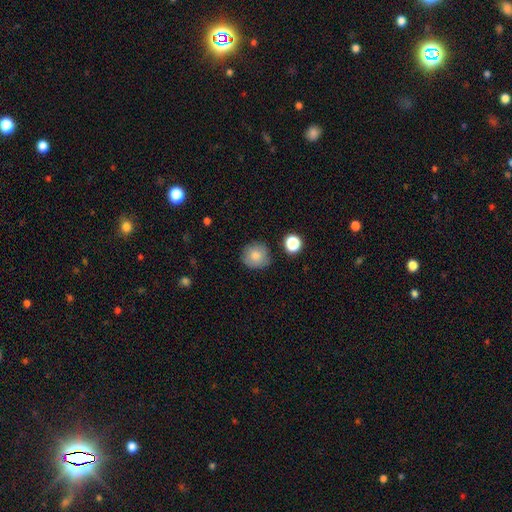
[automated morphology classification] Overall: smooth (80%). How rounded: round (90%). Merging: none (80%).